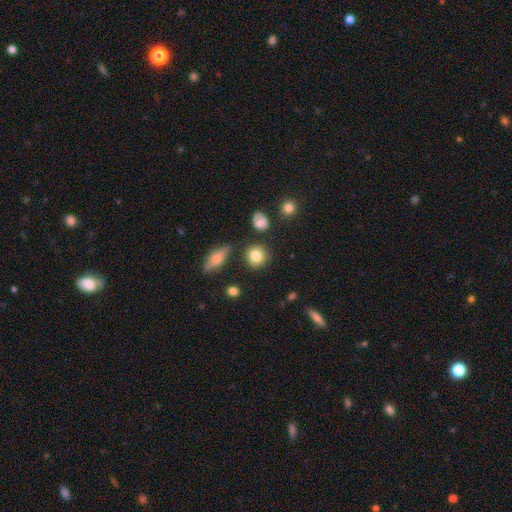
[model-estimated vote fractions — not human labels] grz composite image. It shows a smooth galaxy with no disk features (82%) that is round (84%). Merging: none (81%).